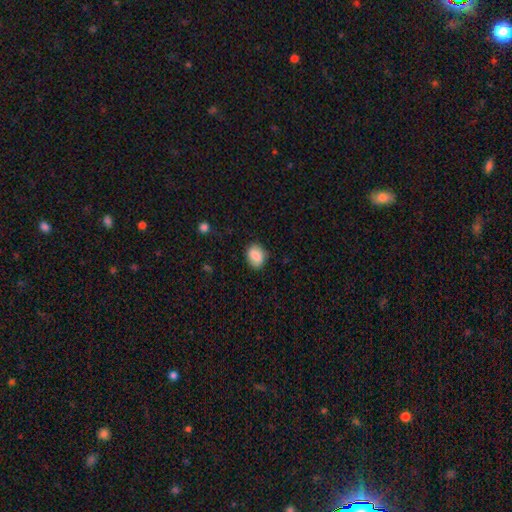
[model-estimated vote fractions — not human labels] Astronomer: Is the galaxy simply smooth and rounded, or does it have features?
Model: smooth — 87%.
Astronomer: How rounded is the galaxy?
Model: in between — 69%.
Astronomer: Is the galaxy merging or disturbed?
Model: none — 83%.